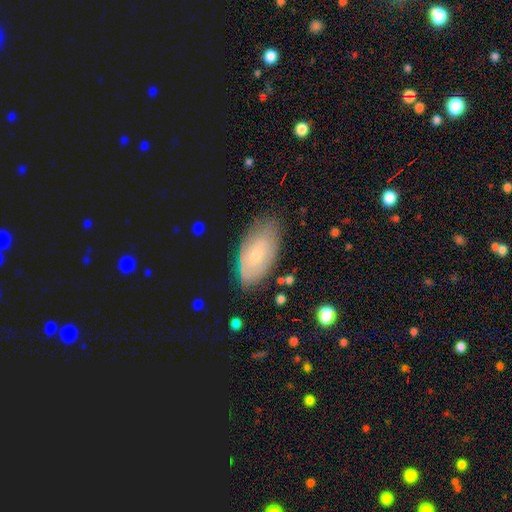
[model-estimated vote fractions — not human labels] This appears to be a featured or disk galaxy (47%). Merging: none (75%).